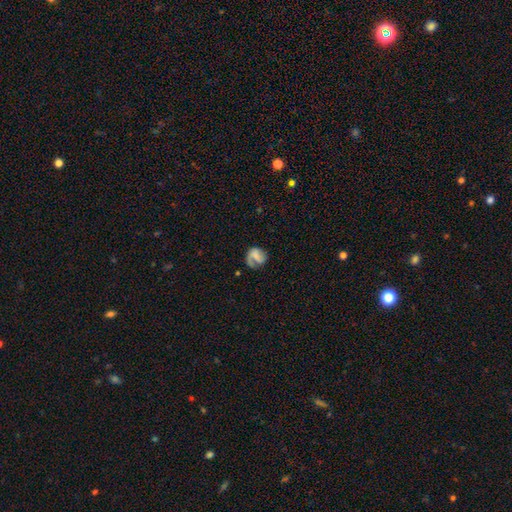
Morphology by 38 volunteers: A featured or disk galaxy (50%) with no bar (47%), 1 (73%) medium (47%) spiral arms (79%) and no central bulge (58%). Merging: none (43%).